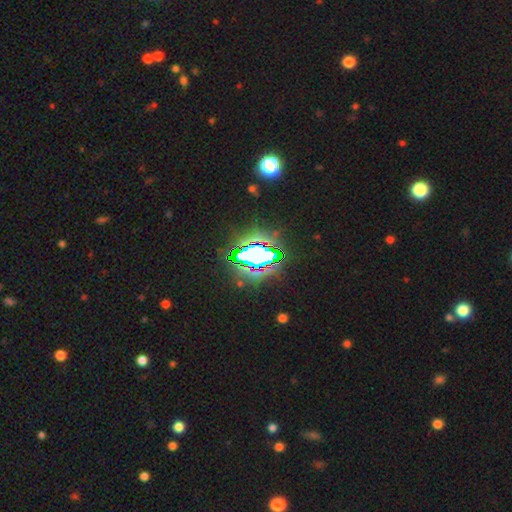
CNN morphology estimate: A star or artifact, not a galaxy (70%).

Vote fractions:
- Smooth or featured? star or artifact: 70% / smooth: 18% / featured or disk: 12%